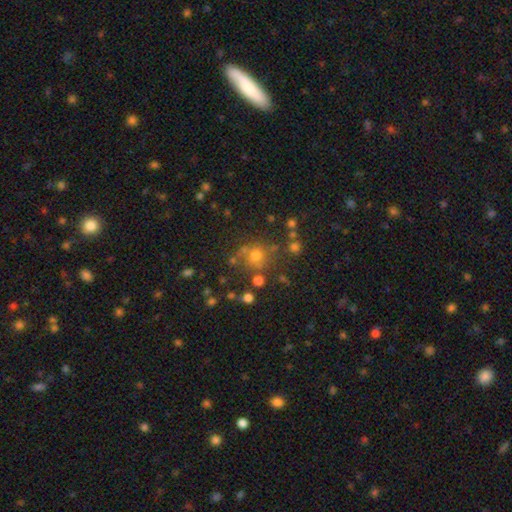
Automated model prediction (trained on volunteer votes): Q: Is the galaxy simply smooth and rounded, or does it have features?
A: smooth — 61%.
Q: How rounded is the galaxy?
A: round — 86%.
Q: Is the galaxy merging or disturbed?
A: none — 67%.